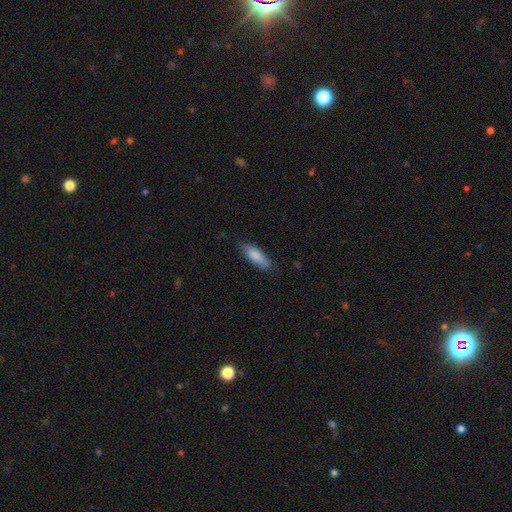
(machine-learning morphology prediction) The model was most divided on "how rounded": in between: 57%, cigar-shaped: 41%, round: 2%. More confident: smooth or featured — smooth (84%); merging — none (76%).